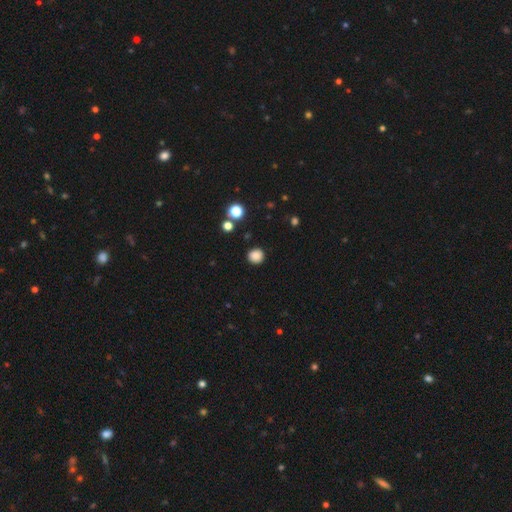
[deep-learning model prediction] Morphology: type=smooth (85%); roundness=round (91%); merging=none (90%).